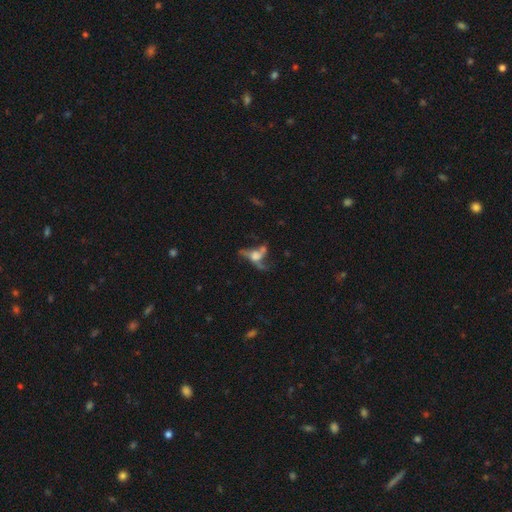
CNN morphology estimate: A featured or disk galaxy (57%). Merging: major disturbance (34%).